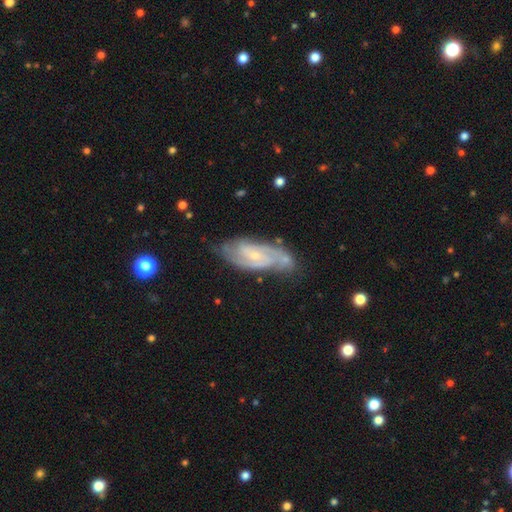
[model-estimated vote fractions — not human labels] This appears to be a featured or disk galaxy (86%) with no bar (45%), 2 (68%) tight (47%) spiral arms (97%) and a small central bulge (74%). Merging: none (66%).